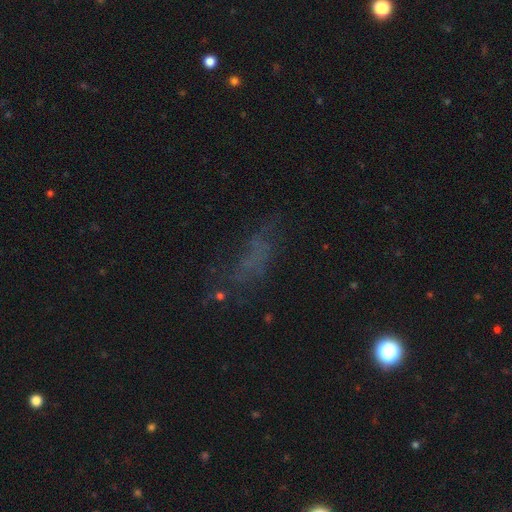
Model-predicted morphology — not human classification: Smooth or featured: smooth — 40% (star or artifact — 32%)
Merging: none — 50% (major disturbance — 25%)